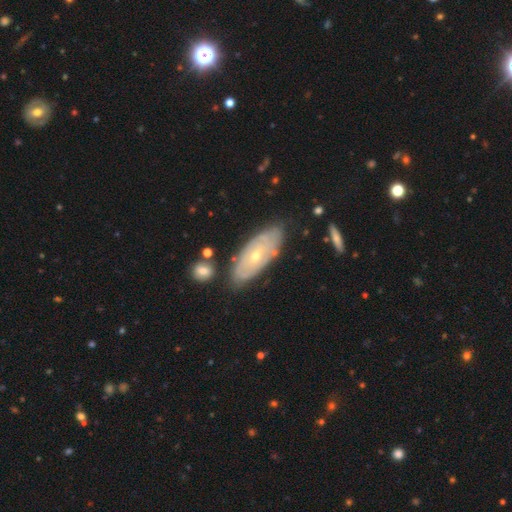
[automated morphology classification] Overall: featured or disk (71%). Edge-on disk: no (87%). Bar: no (80%). Spiral arms: yes (70%). Bulge size: small (56%; moderate 41%). Merging: none (77%).